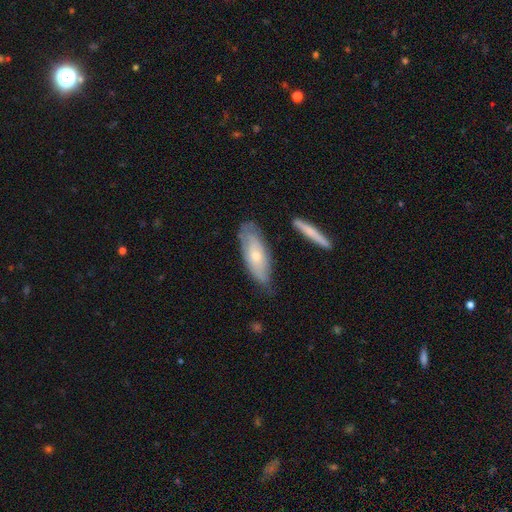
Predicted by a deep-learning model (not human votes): Smooth or featured: smooth — 48% (featured or disk — 46%)
Merging: none — 67% (minor disturbance — 25%)